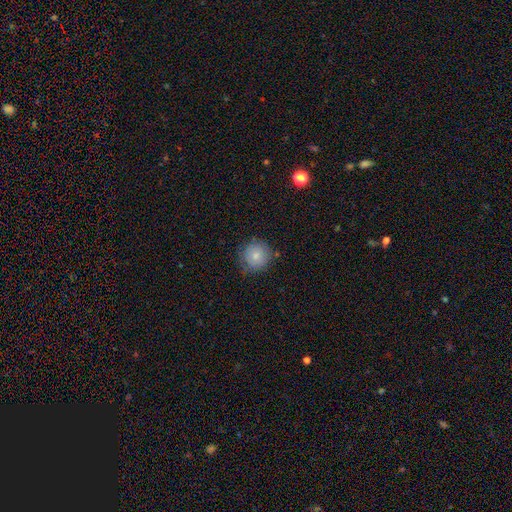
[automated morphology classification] smooth 80%, featured or disk 11%, star or artifact 9%. Down the decision tree: how rounded — round (93%); merging — none (78%).